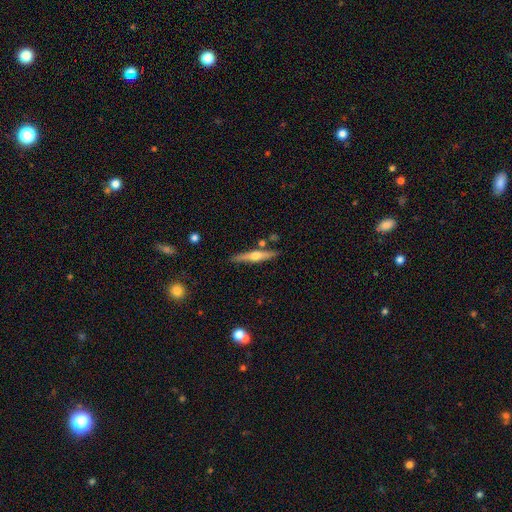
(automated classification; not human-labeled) Smooth or featured: featured or disk — 62% (smooth — 32%)
Edge-on disk: yes — 96% (no — 4%)
Edge-on bulge: rounded — 92% (none — 5%)
Merging: none — 83% (minor disturbance — 10%)